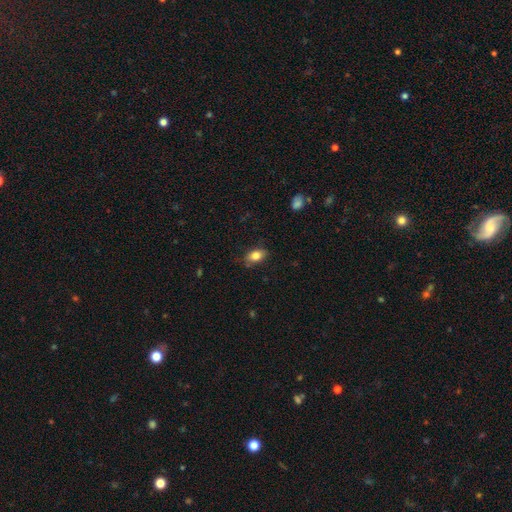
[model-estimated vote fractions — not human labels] Smooth or featured? smooth (83%)
How rounded? in between (87%)
Merging? none (81%)